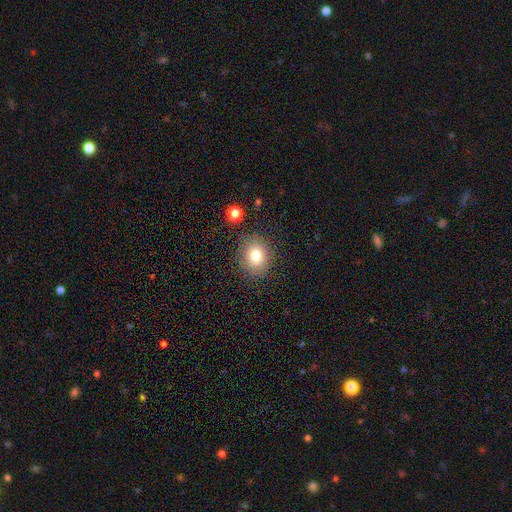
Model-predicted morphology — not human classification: Smooth or featured?
  - smooth: 77% *
  - star or artifact: 13%
  - featured or disk: 11%
How rounded?
  - round: 66% *
  - in between: 33%
  - cigar-shaped: 1%
Merging?
  - none: 84% *
  - minor disturbance: 10%
  - major disturbance: 4%
  - merger: 2%